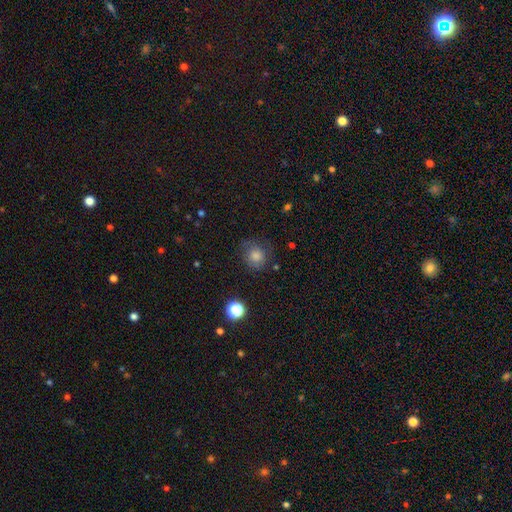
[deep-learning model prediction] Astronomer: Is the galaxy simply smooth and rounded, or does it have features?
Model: smooth — 69%.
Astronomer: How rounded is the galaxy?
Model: round — 85%.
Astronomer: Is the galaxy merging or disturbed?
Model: none — 74%.